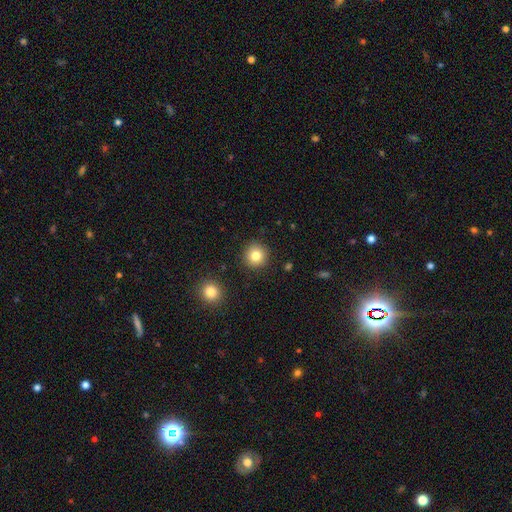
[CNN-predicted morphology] smooth_or_featured: smooth (p=0.82) [alt: star or artifact p=0.11]
how_rounded: round (p=0.94) [alt: in between p=0.05]
merging: none (p=0.90) [alt: minor disturbance p=0.06]